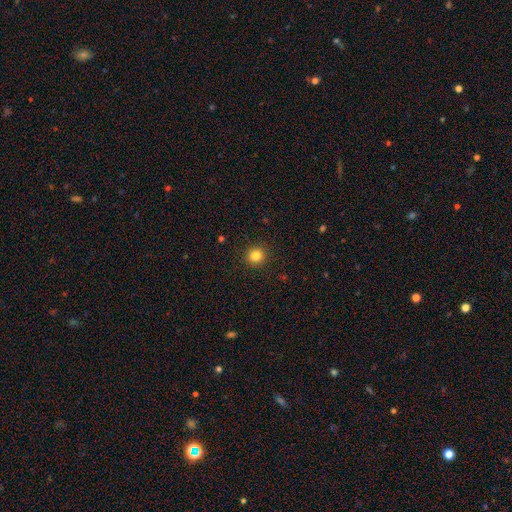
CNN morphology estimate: Smooth or featured? smooth (83%)
How rounded? round (92%)
Merging? none (92%)